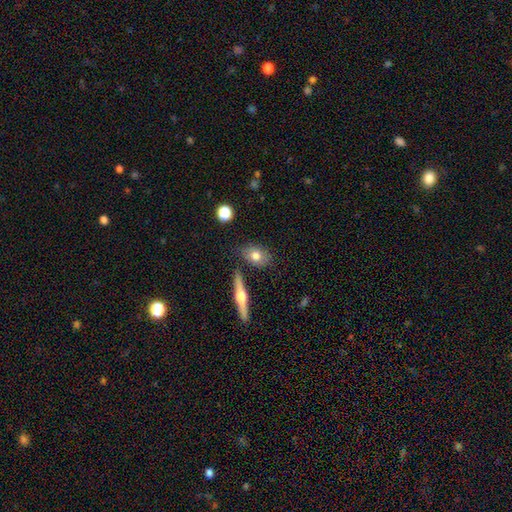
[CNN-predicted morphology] Smooth or featured? Predicted: smooth (p=0.72). How rounded? Predicted: in between (p=0.74). Merging? Predicted: none (p=0.79).